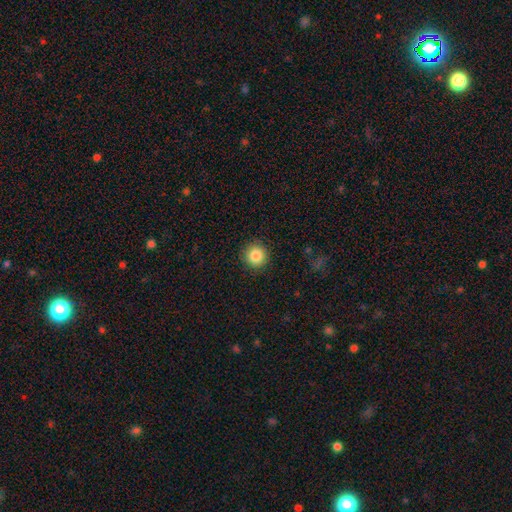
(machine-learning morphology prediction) smooth-or-featured: smooth: 85% | star or artifact: 9% | featured or disk: 5%
  how-rounded: round: 94% | in between: 5% | cigar-shaped: 1%
  merging: none: 91% | minor disturbance: 6% | major disturbance: 2% | merger: 1%